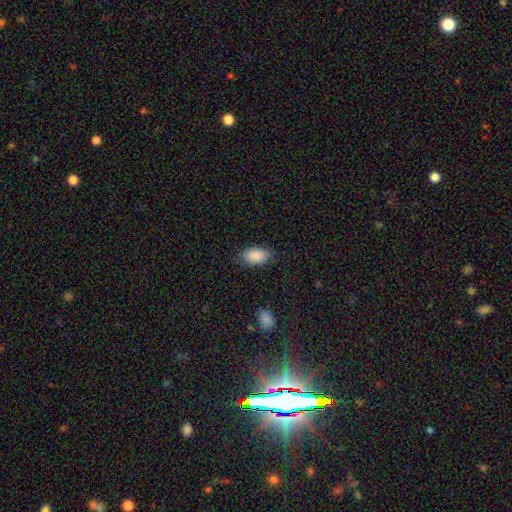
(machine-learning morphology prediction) smooth_or_featured: smooth (p=0.89) [alt: star or artifact p=0.07]
how_rounded: in between (p=0.92) [alt: round p=0.06]
merging: none (p=0.77) [alt: minor disturbance p=0.18]